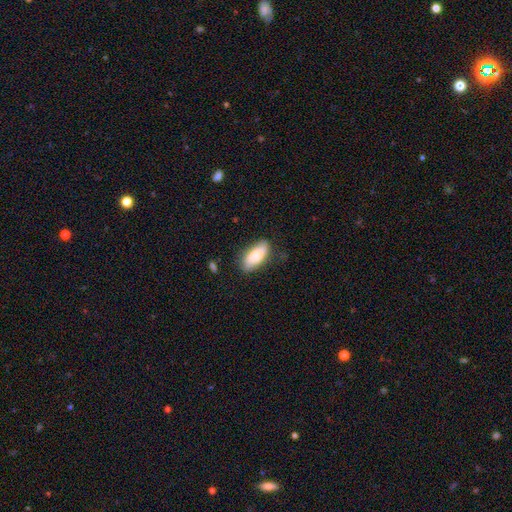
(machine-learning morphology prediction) A smooth galaxy with no disk features (77%) that is in between round and cigar-shaped (84%).

Vote fractions:
- Smooth or featured? smooth: 77% / featured or disk: 17% / star or artifact: 6%
- How rounded? in between: 84% / cigar-shaped: 14% / round: 2%
- Merging? none: 79% / minor disturbance: 16% / major disturbance: 4% / merger: 2%